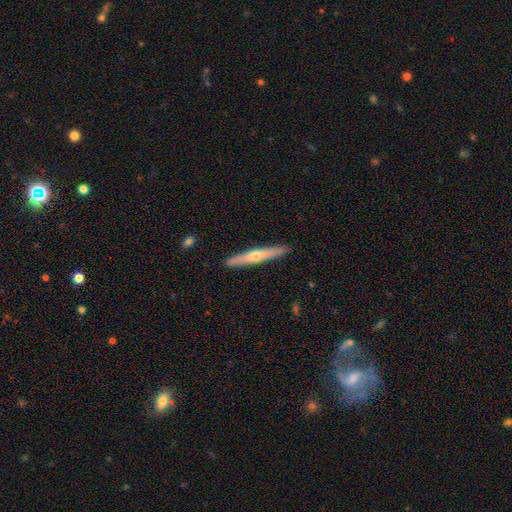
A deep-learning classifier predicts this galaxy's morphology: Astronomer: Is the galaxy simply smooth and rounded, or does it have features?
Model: featured or disk — 54% (runner-up: smooth, 40%).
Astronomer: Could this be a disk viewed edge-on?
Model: yes — 95%.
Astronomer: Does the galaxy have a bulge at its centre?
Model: rounded — 78%.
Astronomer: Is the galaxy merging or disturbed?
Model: none — 91%.